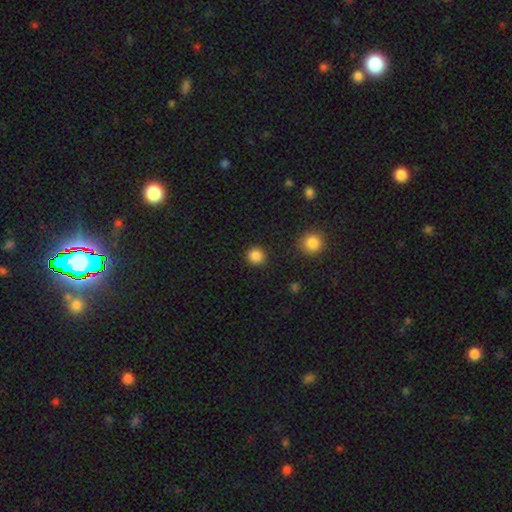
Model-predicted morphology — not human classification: Smooth or featured? Predicted: smooth (p=0.86). How rounded? Predicted: round (p=0.91). Merging? Predicted: none (p=0.90).